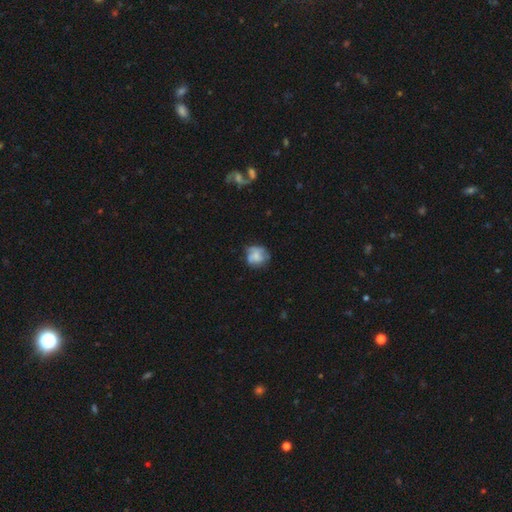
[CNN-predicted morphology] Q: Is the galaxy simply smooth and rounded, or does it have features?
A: smooth — 57%.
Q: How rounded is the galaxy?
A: round — 76%.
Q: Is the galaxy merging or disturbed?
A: none — 56%.